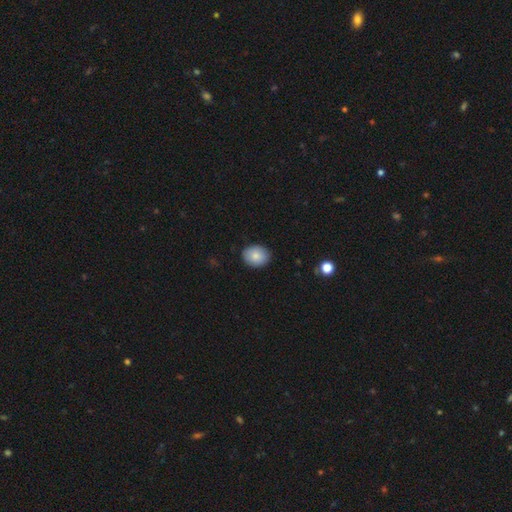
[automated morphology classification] smooth-or-featured: smooth: 85% | featured or disk: 8% | star or artifact: 8%
  how-rounded: round: 51% | in between: 48% | cigar-shaped: 1%
  merging: none: 88% | minor disturbance: 9% | major disturbance: 2% | merger: 1%